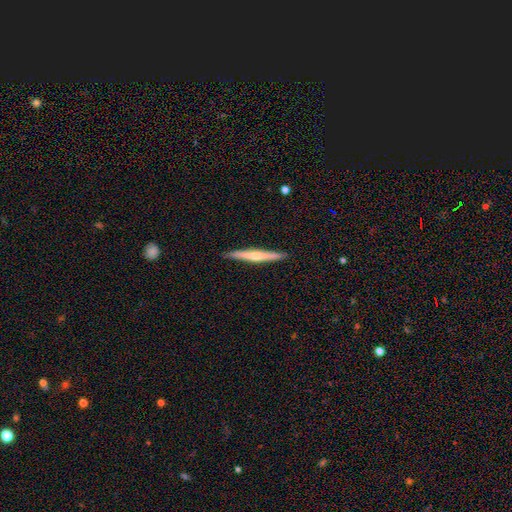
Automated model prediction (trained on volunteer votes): The model was most divided on "smooth or featured": featured or disk: 56%, smooth: 39%, star or artifact: 5%. More confident: edge-on disk — yes (97%); merging — none (91%); edge-on bulge — rounded (61%).